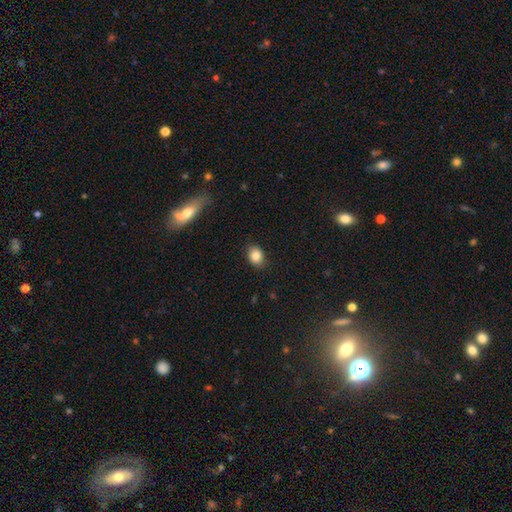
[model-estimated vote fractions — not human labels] This appears to be a smooth galaxy with no disk features (85%) that is in between round and cigar-shaped (64%). Merging: none (86%).